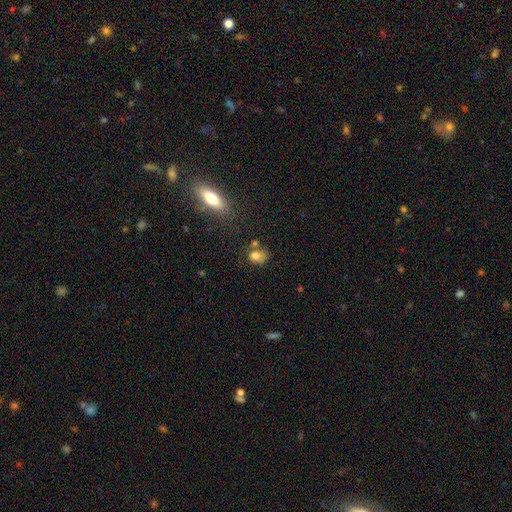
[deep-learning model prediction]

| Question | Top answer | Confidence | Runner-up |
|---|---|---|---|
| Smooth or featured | smooth | 76% | featured or disk (12%) |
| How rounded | round | 53% | in between (45%) |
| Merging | none | 49% | minor disturbance (22%) |